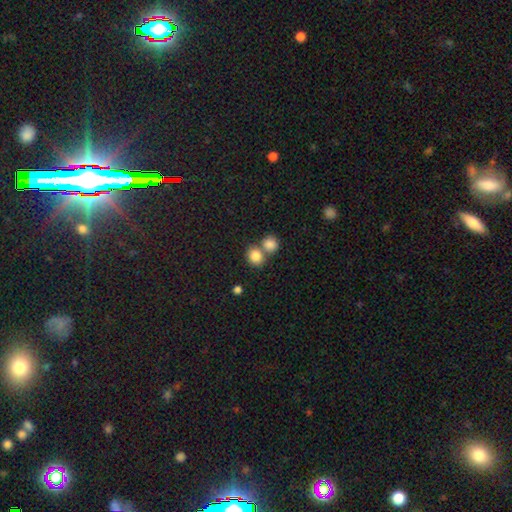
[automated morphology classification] A smooth galaxy with no disk features (84%) that is round (75%). Merging: none (51%).